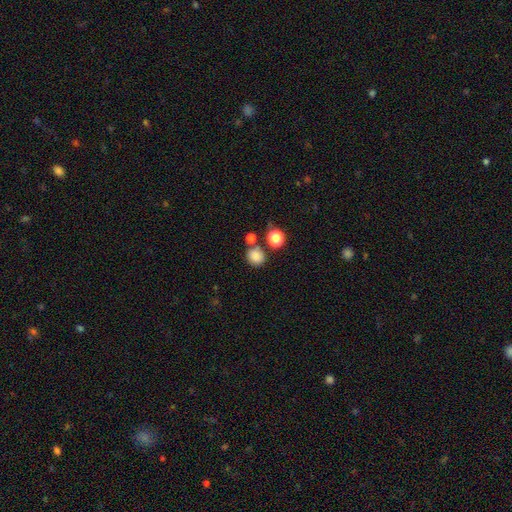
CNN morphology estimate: A smooth galaxy with no disk features (83%) that is round (83%).

Vote fractions:
- Smooth or featured? smooth: 83% / star or artifact: 12% / featured or disk: 5%
- How rounded? round: 83% / in between: 16% / cigar-shaped: 1%
- Merging? none: 69% / merger: 17% / minor disturbance: 11% / major disturbance: 4%